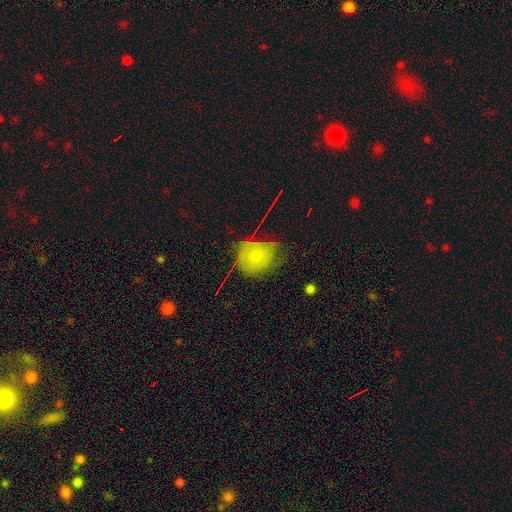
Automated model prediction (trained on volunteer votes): This appears to be a smooth galaxy with no disk features (61%) that is round (65%). Merging: none (53%).